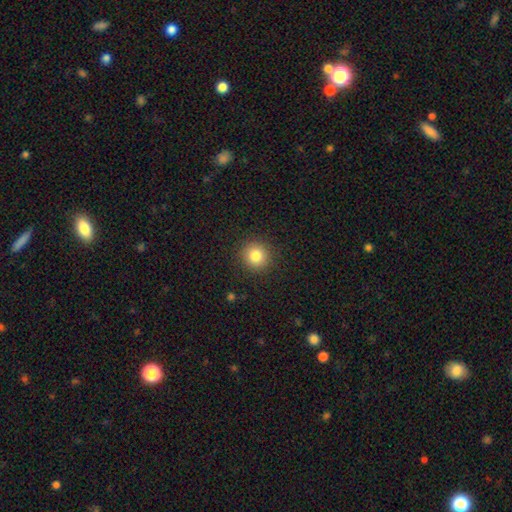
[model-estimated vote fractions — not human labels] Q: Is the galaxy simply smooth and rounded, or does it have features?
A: smooth — 82%.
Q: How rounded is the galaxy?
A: round — 93%.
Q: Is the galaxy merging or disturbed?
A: none — 91%.